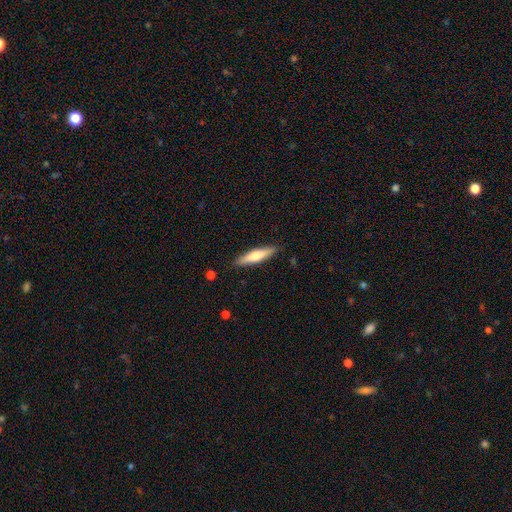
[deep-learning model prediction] Morphology: type=smooth (59%); roundness=cigar-shaped (82%); merging=none (89%).